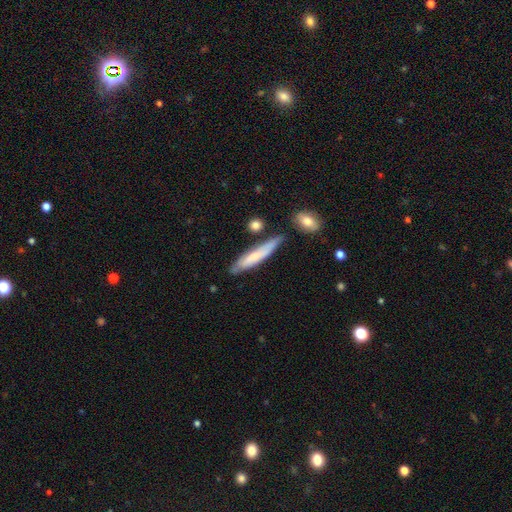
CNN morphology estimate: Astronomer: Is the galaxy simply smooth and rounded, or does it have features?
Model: smooth — 60%.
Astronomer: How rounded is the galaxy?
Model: cigar-shaped — 86%.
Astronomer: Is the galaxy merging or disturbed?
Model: none — 68%.